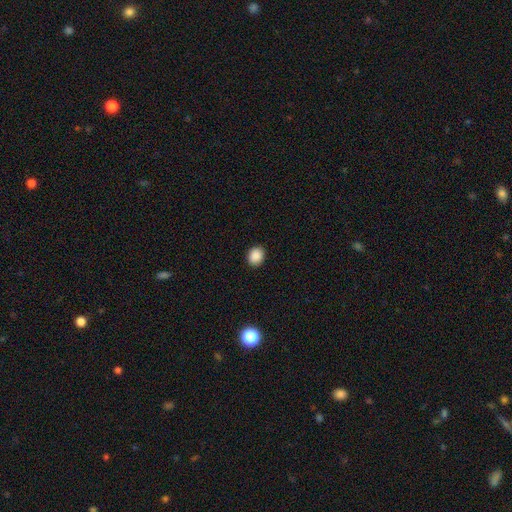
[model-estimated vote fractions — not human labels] Smooth or featured? Predicted: smooth (p=0.89). How rounded? Predicted: round (p=0.64). Merging? Predicted: none (p=0.91).